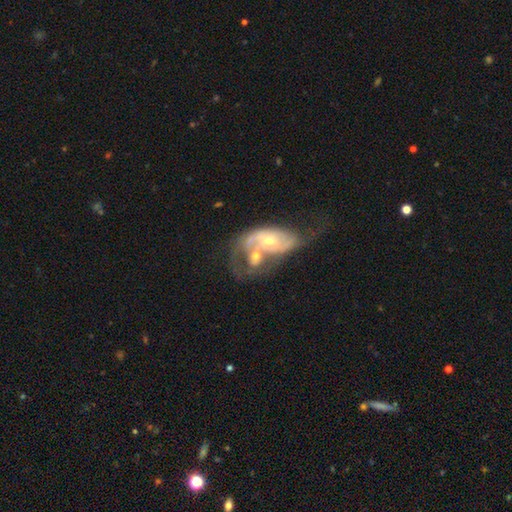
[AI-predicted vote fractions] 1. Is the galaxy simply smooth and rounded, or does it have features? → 69% featured or disk, 24% smooth, 7% star or artifact.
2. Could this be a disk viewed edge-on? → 95% no, 5% yes.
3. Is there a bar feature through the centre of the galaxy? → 70% no, 24% weak, 6% strong.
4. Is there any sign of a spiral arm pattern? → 70% yes, 30% no.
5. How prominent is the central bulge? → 63% moderate, 29% small, 5% large, 2% none, 1% dominant.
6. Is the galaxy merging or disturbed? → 63% merger, 14% major disturbance, 14% none, 9% minor disturbance.